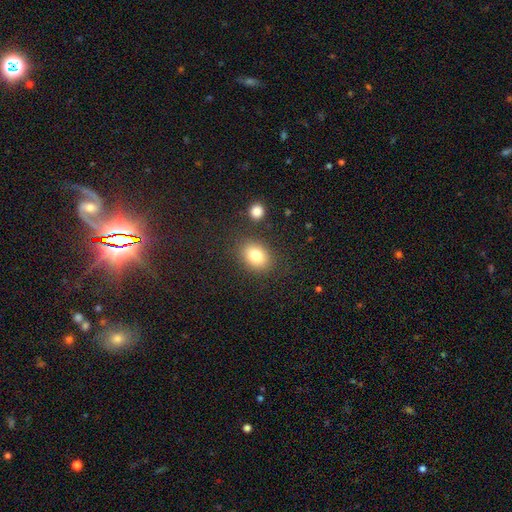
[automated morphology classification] Smooth or featured?
  - smooth: 80% *
  - star or artifact: 10%
  - featured or disk: 10%
How rounded?
  - in between: 60% *
  - round: 39%
  - cigar-shaped: 1%
Merging?
  - none: 82% *
  - minor disturbance: 10%
  - merger: 4%
  - major disturbance: 4%